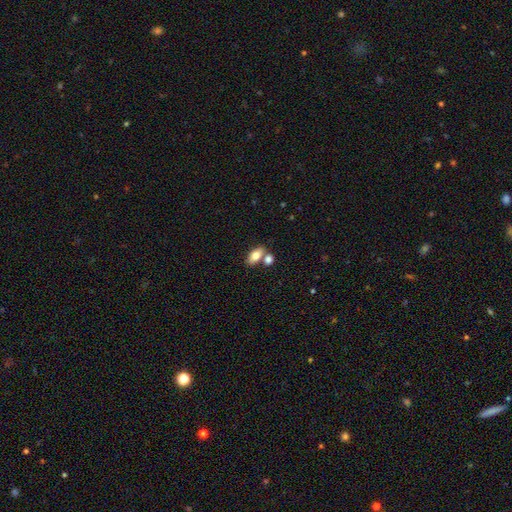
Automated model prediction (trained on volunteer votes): A smooth galaxy with no disk features (79%) that is in between round and cigar-shaped (88%).

Vote fractions:
- Smooth or featured? smooth: 79% / featured or disk: 14% / star or artifact: 7%
- How rounded? in between: 88% / cigar-shaped: 6% / round: 6%
- Merging? none: 57% / merger: 29% / minor disturbance: 11% / major disturbance: 3%